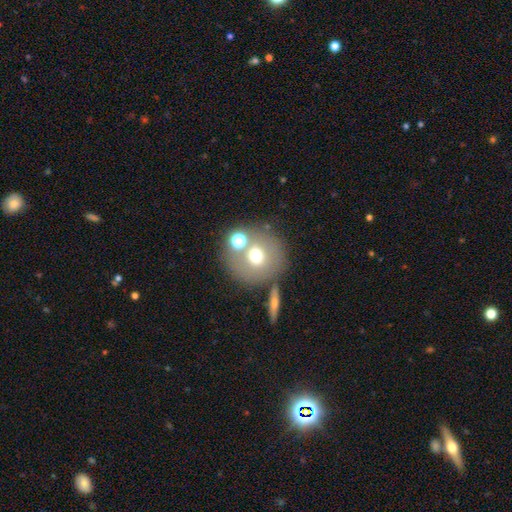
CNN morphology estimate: smooth 62%, featured or disk 25%, star or artifact 13%. Down the decision tree: how rounded — round (89%); merging — none (66%).